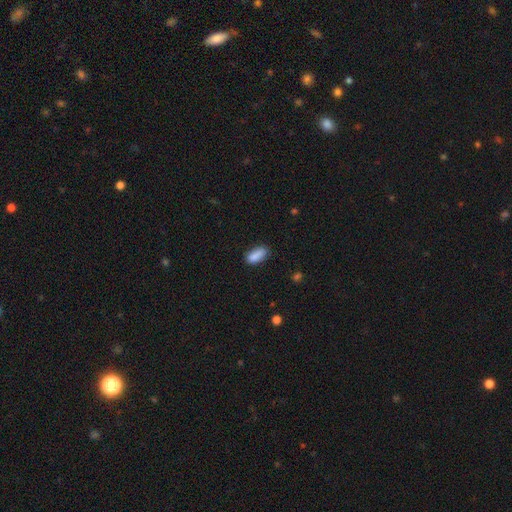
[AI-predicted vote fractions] This is clearly a smooth galaxy (87%). How rounded: clearly in between (85%). Merging: likely none (70%).